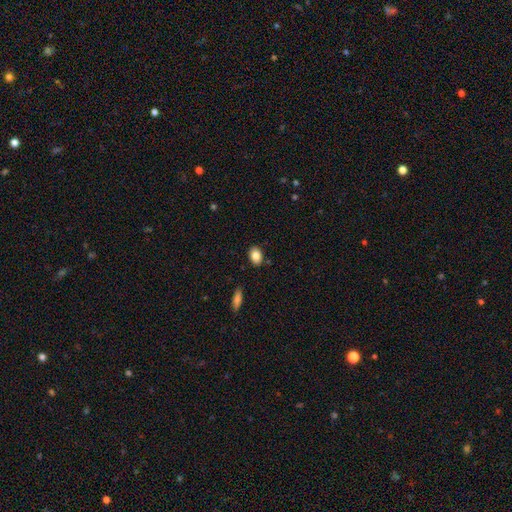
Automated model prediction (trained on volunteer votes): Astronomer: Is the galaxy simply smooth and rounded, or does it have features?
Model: smooth — 84%.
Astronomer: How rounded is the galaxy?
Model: in between — 81%.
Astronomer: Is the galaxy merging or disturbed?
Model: none — 86%.